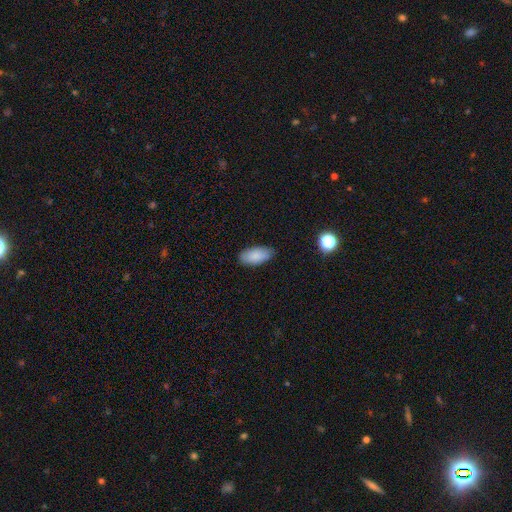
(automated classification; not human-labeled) smooth-or-featured: smooth: 86% | featured or disk: 7% | star or artifact: 7%
  how-rounded: in between: 91% | cigar-shaped: 7% | round: 2%
  merging: none: 85% | minor disturbance: 12% | major disturbance: 2% | merger: 1%